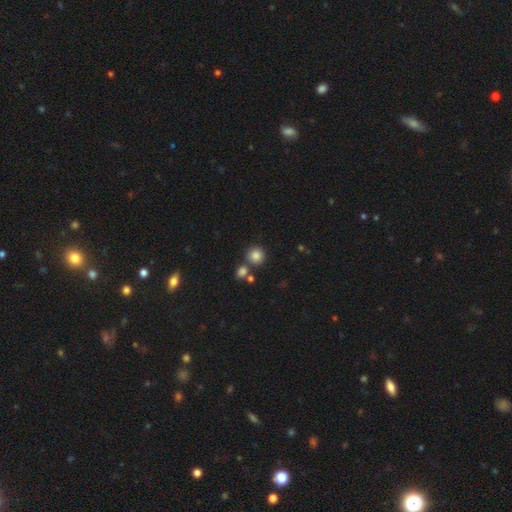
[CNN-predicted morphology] A smooth galaxy with no disk features (84%) that is round (91%).

Vote fractions:
- Smooth or featured? smooth: 84% / star or artifact: 11% / featured or disk: 5%
- How rounded? round: 91% / in between: 8% / cigar-shaped: 1%
- Merging? none: 71% / merger: 18% / minor disturbance: 9% / major disturbance: 3%